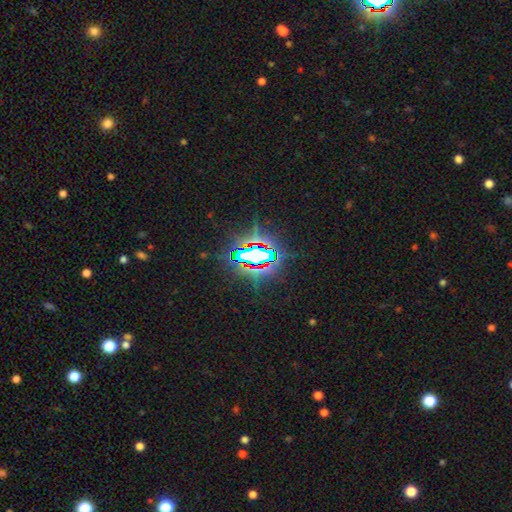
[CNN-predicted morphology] Smooth or featured? star or artifact (71%)